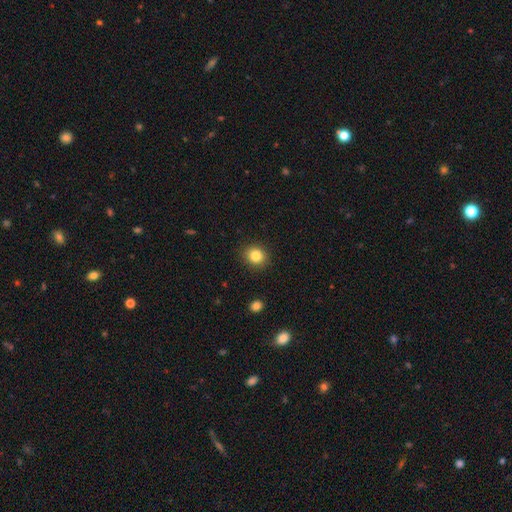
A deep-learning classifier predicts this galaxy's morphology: Smooth or featured? Predicted: smooth (p=0.84). How rounded? Predicted: round (p=0.79). Merging? Predicted: none (p=0.90).